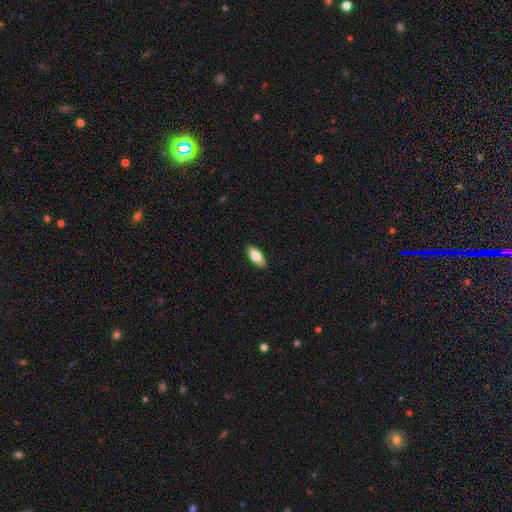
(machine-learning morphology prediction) A smooth galaxy with no disk features (78%) that is in between round and cigar-shaped (85%).

Vote fractions:
- Smooth or featured? smooth: 78% / featured or disk: 16% / star or artifact: 6%
- How rounded? in between: 85% / cigar-shaped: 13% / round: 2%
- Merging? none: 90% / minor disturbance: 8% / major disturbance: 2% / merger: 1%